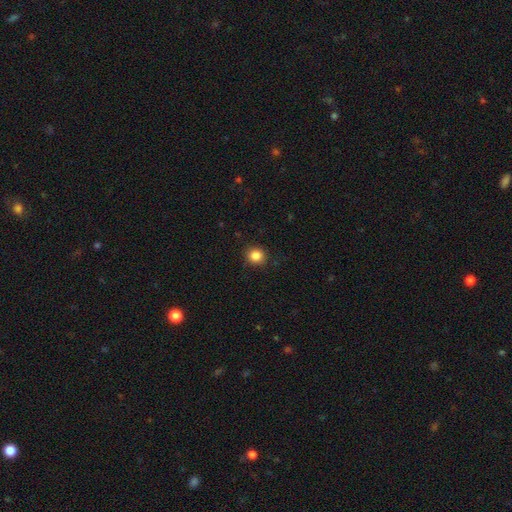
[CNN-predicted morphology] A smooth galaxy with no disk features (85%) that is round (88%). Merging: none (90%).